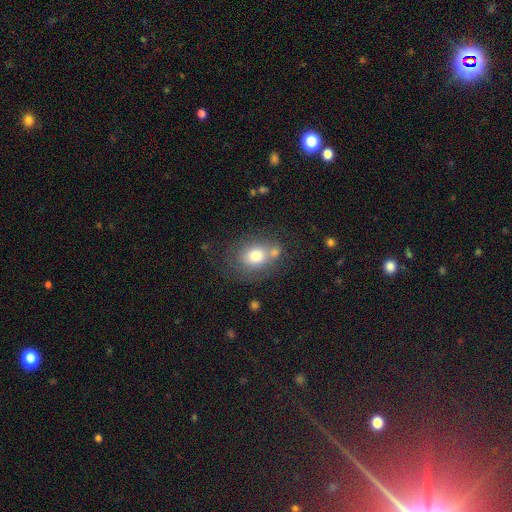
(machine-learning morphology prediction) Overall: smooth (76%). How rounded: in between (52%; round 47%). Merging: none (52%; merger 22%).